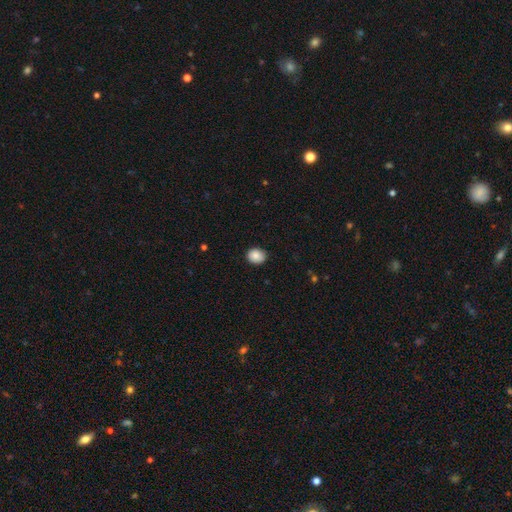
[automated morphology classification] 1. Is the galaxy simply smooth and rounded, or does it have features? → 87% smooth, 8% star or artifact, 4% featured or disk.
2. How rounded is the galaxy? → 57% round, 42% in between, 1% cigar-shaped.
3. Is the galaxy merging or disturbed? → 85% none, 11% minor disturbance, 2% major disturbance, 1% merger.